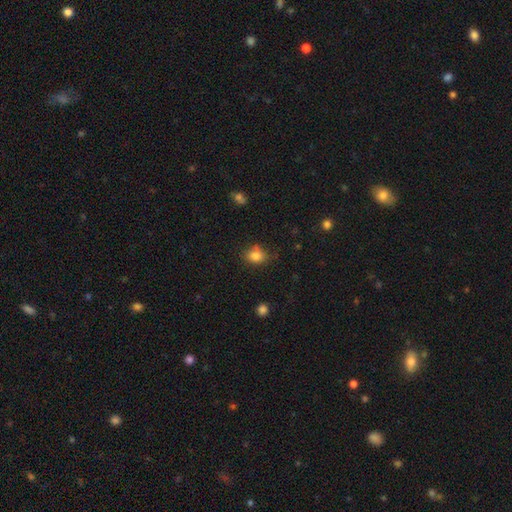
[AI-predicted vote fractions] A smooth galaxy with no disk features (83%) that is round (53%). Merging: none (71%).